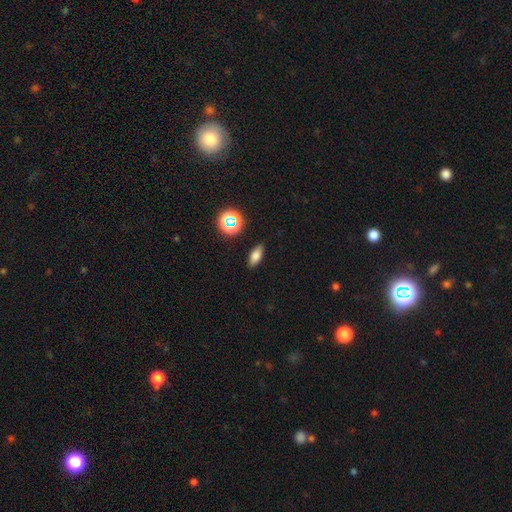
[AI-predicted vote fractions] smooth 73%, featured or disk 14%, star or artifact 13%. Down the decision tree: how rounded — in between (77%); merging — none (89%).